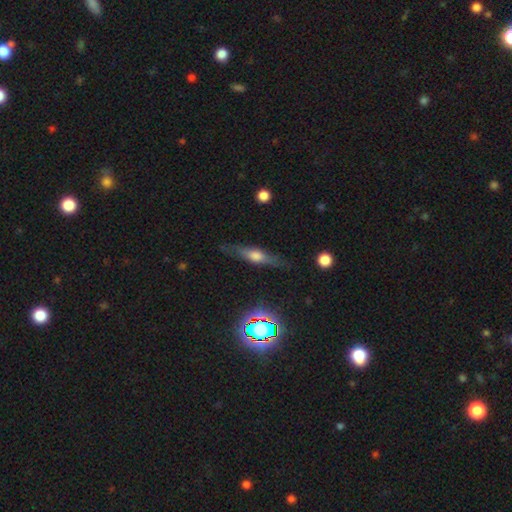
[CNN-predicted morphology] smooth-or-featured: featured or disk: 61% | smooth: 30% | star or artifact: 9%
  disk-edge-on: yes: 92% | no: 8%
    edge-on-bulge: rounded: 85% | boxy: 11% | none: 4%
  merging: none: 81% | minor disturbance: 14% | major disturbance: 4% | merger: 2%